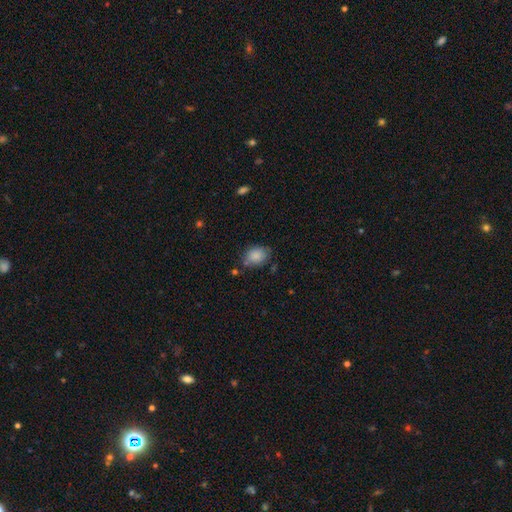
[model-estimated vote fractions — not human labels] Smooth or featured? smooth (85%)
How rounded? in between (66%)
Merging? none (68%)